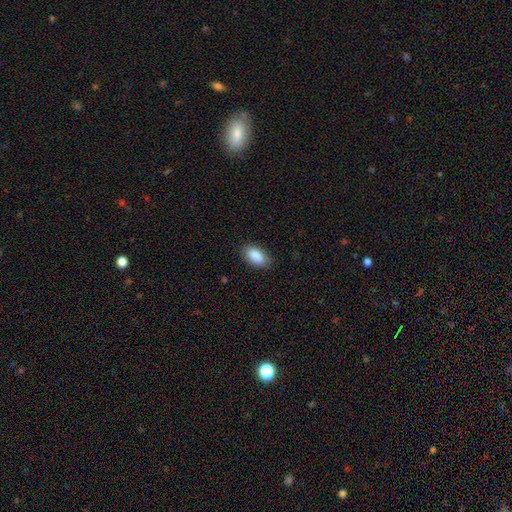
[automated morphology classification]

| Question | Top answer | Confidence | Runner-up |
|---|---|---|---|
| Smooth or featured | smooth | 89% | star or artifact (6%) |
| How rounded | in between | 94% | round (3%) |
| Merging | none | 85% | minor disturbance (12%) |